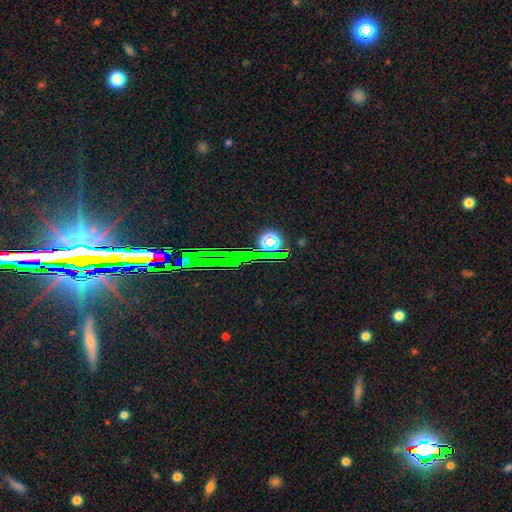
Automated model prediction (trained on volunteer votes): smooth_or_featured: star or artifact (p=0.76) [alt: smooth p=0.14]